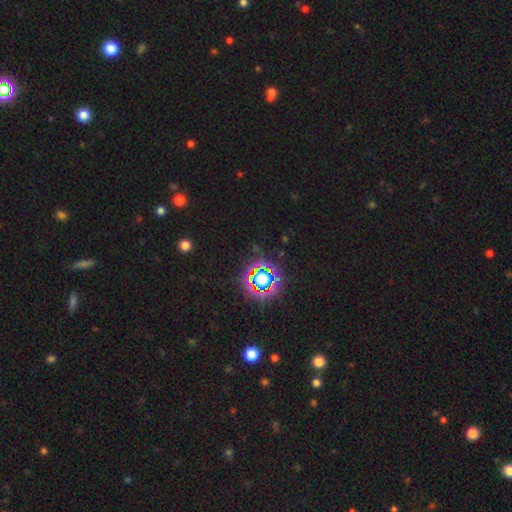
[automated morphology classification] This appears to be a star or artifact, not a galaxy (81%).